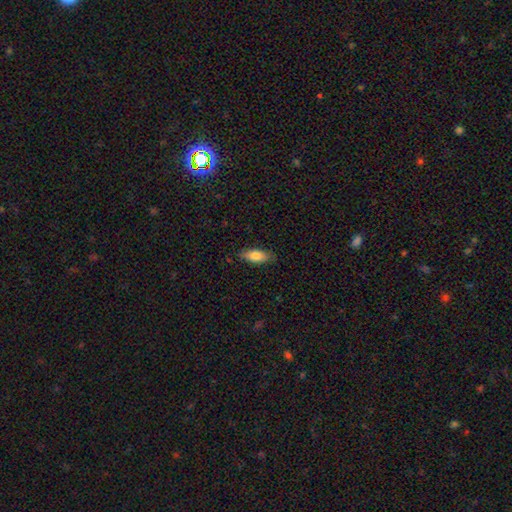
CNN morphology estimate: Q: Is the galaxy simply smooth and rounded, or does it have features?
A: smooth — 80%.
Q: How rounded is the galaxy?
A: in between — 77%.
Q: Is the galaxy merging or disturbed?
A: none — 83%.